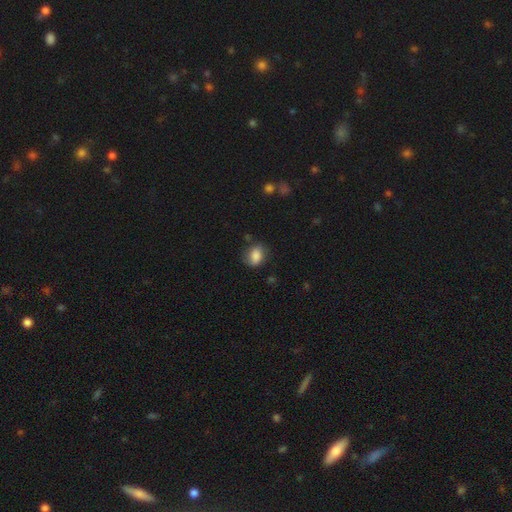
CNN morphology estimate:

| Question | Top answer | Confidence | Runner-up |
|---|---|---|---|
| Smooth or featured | smooth | 81% | featured or disk (11%) |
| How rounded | in between | 63% | round (36%) |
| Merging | none | 69% | minor disturbance (22%) |